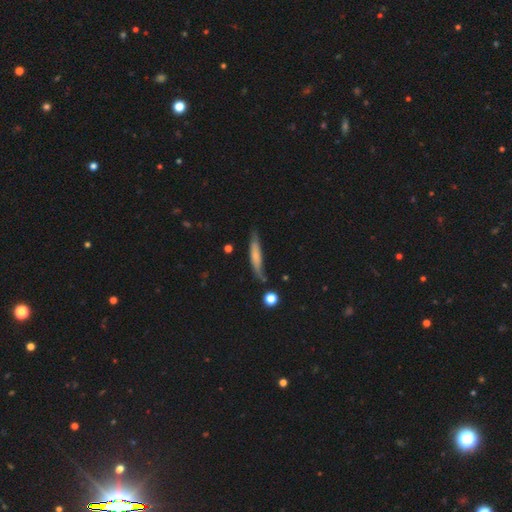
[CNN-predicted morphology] Q: Smooth or featured?
A: smooth (62%); runner-up: featured or disk (31%)
Q: How rounded?
A: cigar-shaped (86%); runner-up: in between (12%)
Q: Merging?
A: none (64%); runner-up: minor disturbance (25%)